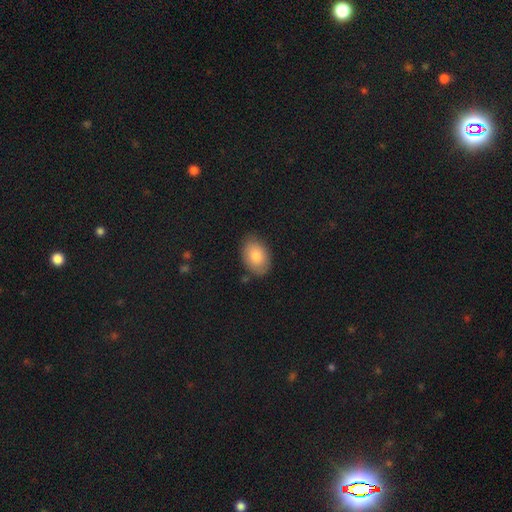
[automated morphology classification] This appears to be a smooth galaxy with no disk features (82%) that is in between round and cigar-shaped (88%). Merging: none (81%).